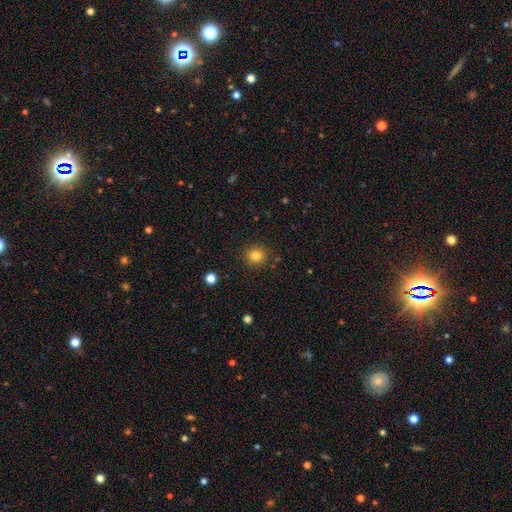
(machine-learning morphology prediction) A smooth galaxy with no disk features (83%) that is round (82%).

Vote fractions:
- Smooth or featured? smooth: 83% / star or artifact: 12% / featured or disk: 5%
- How rounded? round: 82% / in between: 17% / cigar-shaped: 1%
- Merging? none: 88% / minor disturbance: 8% / major disturbance: 2% / merger: 2%